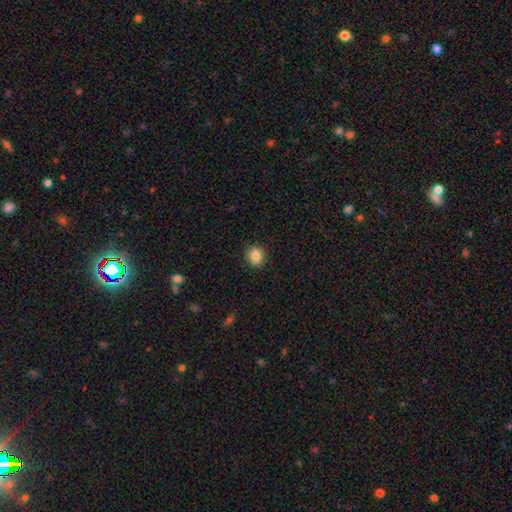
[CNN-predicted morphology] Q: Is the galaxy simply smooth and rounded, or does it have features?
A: smooth — 85%.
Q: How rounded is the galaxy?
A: round — 71%.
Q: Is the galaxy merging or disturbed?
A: none — 91%.